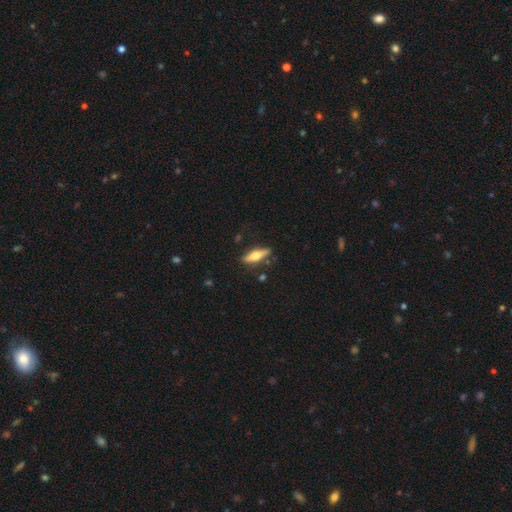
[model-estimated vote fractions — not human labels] featured or disk 53%, smooth 41%, star or artifact 6%. Down the decision tree: edge-on disk — yes (92%); merging — none (83%).